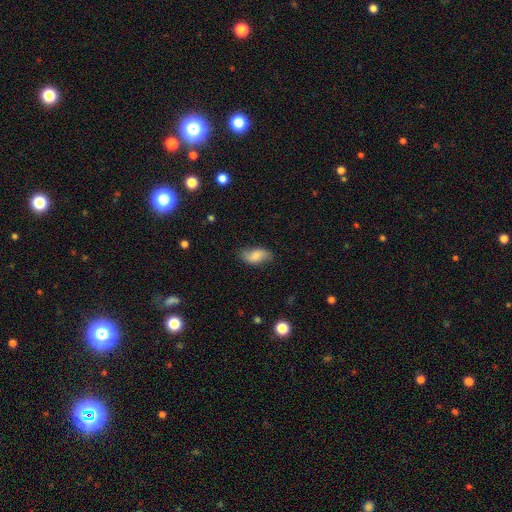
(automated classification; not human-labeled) smooth_or_featured: smooth (p=0.73) [alt: featured or disk p=0.20]
how_rounded: in between (p=0.92) [alt: cigar-shaped p=0.04]
merging: none (p=0.72) [alt: minor disturbance p=0.22]